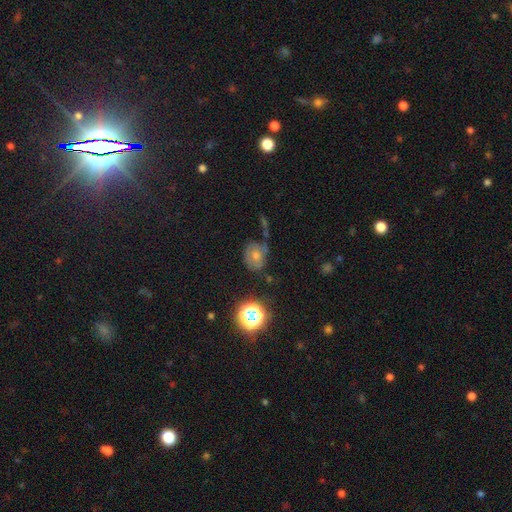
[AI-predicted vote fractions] This is possibly a smooth galaxy (59%). How rounded: possibly round (59%). Merging: possibly none (50%).